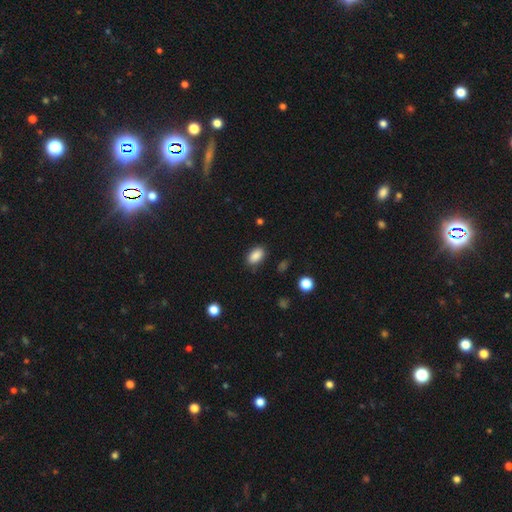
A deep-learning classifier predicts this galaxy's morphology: A smooth galaxy with no disk features (88%) that is in between round and cigar-shaped (90%). Merging: none (84%).